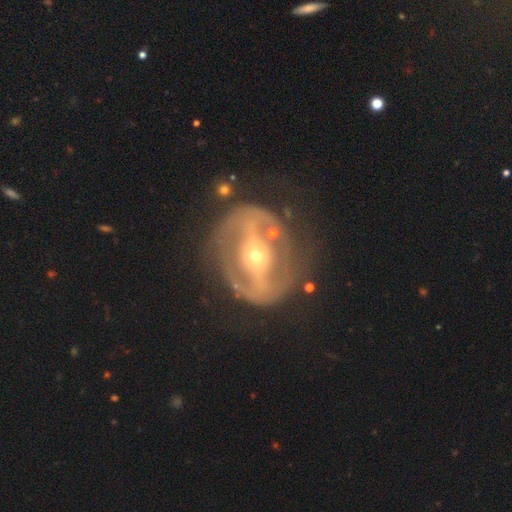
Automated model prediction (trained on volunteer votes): Morphology: type=featured or disk (81%); edge-on=no (92%); bar=strong (61%); spiral arms=yes (56%); bulge=small (67%); merging=none (64%).